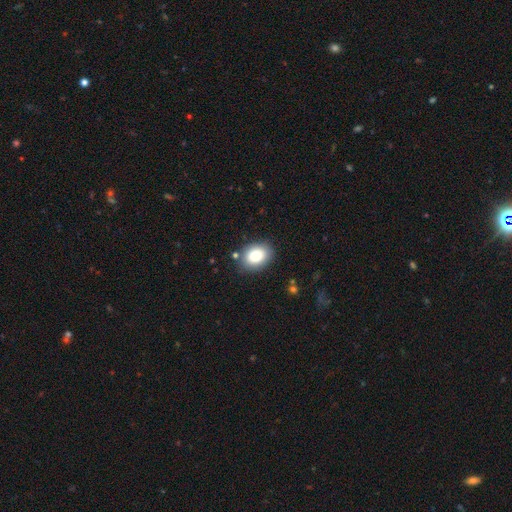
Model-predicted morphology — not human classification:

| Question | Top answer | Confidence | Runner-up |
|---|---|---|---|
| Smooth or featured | smooth | 81% | featured or disk (10%) |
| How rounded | in between | 68% | round (31%) |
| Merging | none | 84% | minor disturbance (10%) |